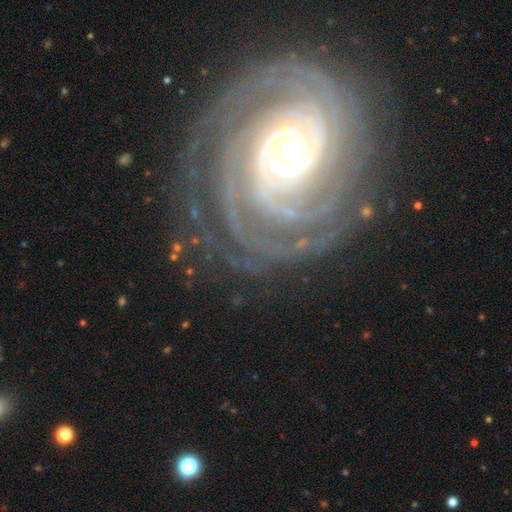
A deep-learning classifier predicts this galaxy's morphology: smooth_or_featured: featured or disk (p=0.91) [alt: star or artifact p=0.06]
disk_edge_on: no (p=0.97) [alt: yes p=0.03]
bar: no (p=0.65) [alt: weak p=0.18]
has_spiral_arms: yes (p=0.98) [alt: no p=0.02]
spiral_winding: tight (p=0.84) [alt: medium p=0.14]
spiral_arm_count: more than 4 (p=0.23) [alt: 4 p=0.18]
bulge_size: moderate (p=0.59) [alt: small p=0.28]
merging: none (p=0.78) [alt: minor disturbance p=0.13]